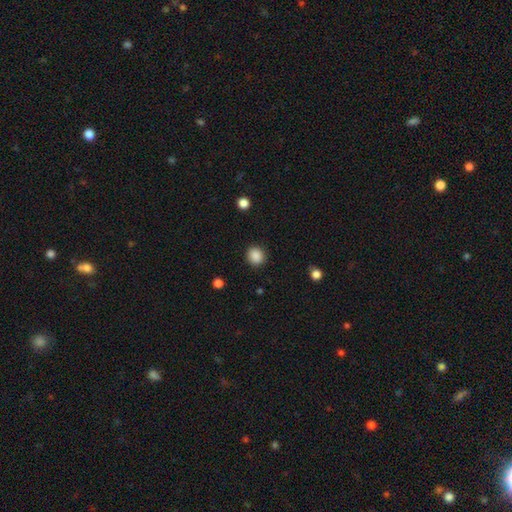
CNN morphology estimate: type=smooth (88%); roundness=round (81%); merging=none (90%).